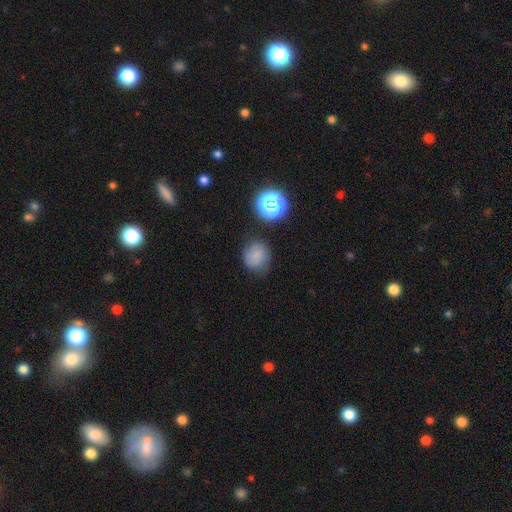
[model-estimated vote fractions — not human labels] smooth_or_featured: smooth (p=0.76) [alt: star or artifact p=0.16]
how_rounded: round (p=0.80) [alt: in between p=0.19]
merging: none (p=0.76) [alt: minor disturbance p=0.17]